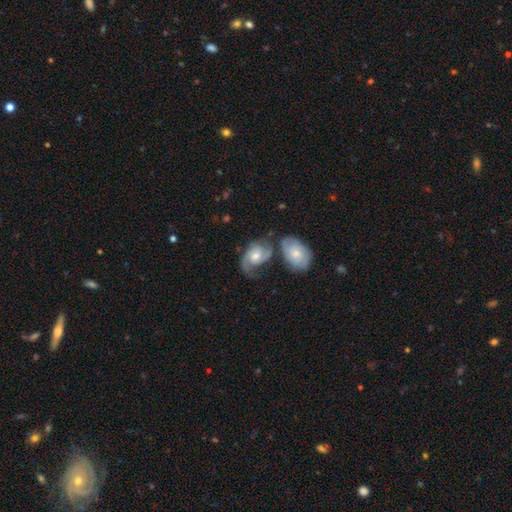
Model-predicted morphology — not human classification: A featured or disk galaxy (72%) with no bar (65%), 2 (71%) medium (46%) spiral arms (92%) and a moderate central bulge (60%).

Vote fractions:
- Smooth or featured? featured or disk: 72% / smooth: 22% / star or artifact: 6%
- Edge-on disk? no: 97% / yes: 3%
- Bar? no: 65% / weak: 30% / strong: 5%
- Spiral arms? yes: 92% / no: 8%
- Spiral winding? medium: 46% / loose: 27% / tight: 27%
- Spiral arm count? 2: 71% / 1: 12% / can't tell: 10% / 3: 4% / 4: 1% / more than 4: 1%
- Bulge size? moderate: 60% / small: 31% / large: 6% / none: 2% / dominant: 1%
- Merging? none: 37% / merger: 27% / minor disturbance: 20% / major disturbance: 16%